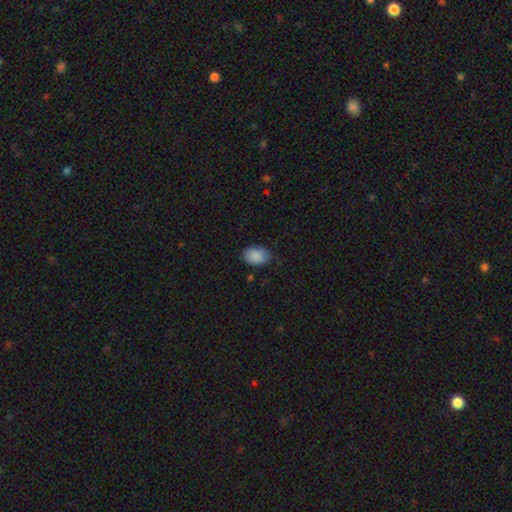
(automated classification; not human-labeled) Smooth or featured: smooth — 89% (star or artifact — 7%)
How rounded: in between — 83% (round — 16%)
Merging: none — 74% (minor disturbance — 21%)